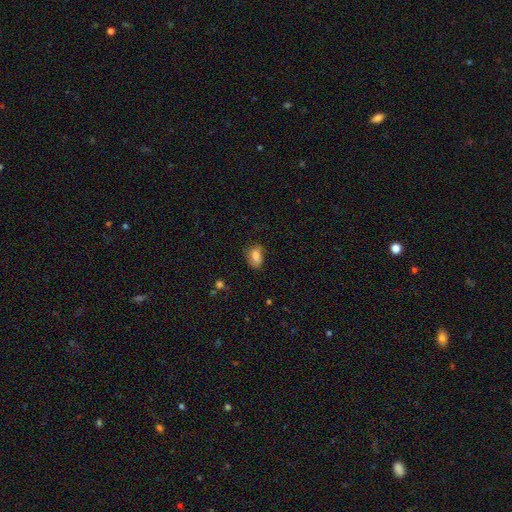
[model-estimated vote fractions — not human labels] smooth-or-featured: smooth: 81% | star or artifact: 10% | featured or disk: 9%
  how-rounded: in between: 79% | round: 19% | cigar-shaped: 2%
  merging: none: 64% | minor disturbance: 27% | major disturbance: 7% | merger: 3%